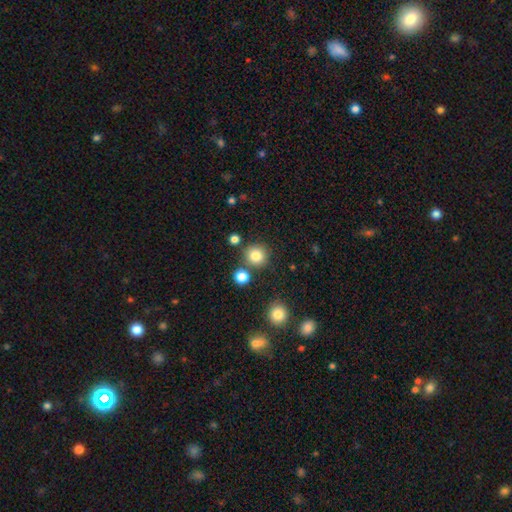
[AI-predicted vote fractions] Overall: smooth (82%). How rounded: round (93%). Merging: none (82%).